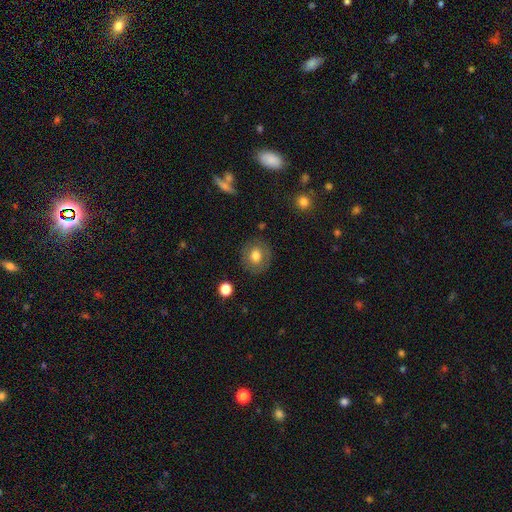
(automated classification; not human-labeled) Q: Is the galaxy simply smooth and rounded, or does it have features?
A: smooth — 71%.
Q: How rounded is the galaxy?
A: round — 77%.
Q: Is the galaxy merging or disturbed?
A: none — 85%.